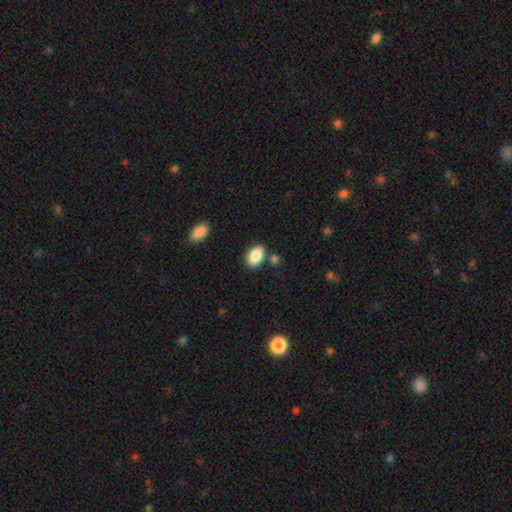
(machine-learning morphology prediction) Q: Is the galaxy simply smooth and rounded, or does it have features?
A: smooth — 88%.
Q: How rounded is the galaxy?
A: in between — 88%.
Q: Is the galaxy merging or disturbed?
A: none — 78%.